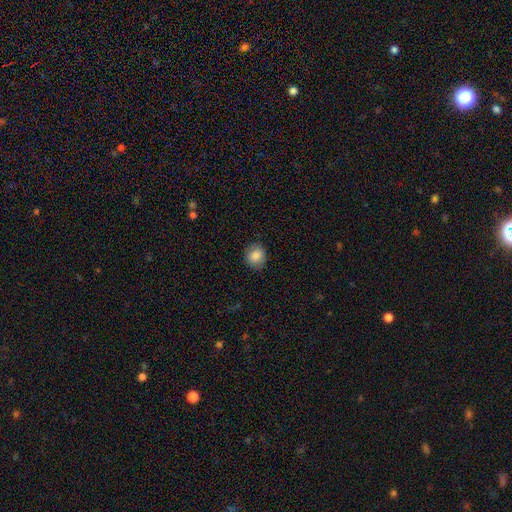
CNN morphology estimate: Smooth or featured? Predicted: smooth (p=0.85). How rounded? Predicted: round (p=0.77). Merging? Predicted: none (p=0.85).